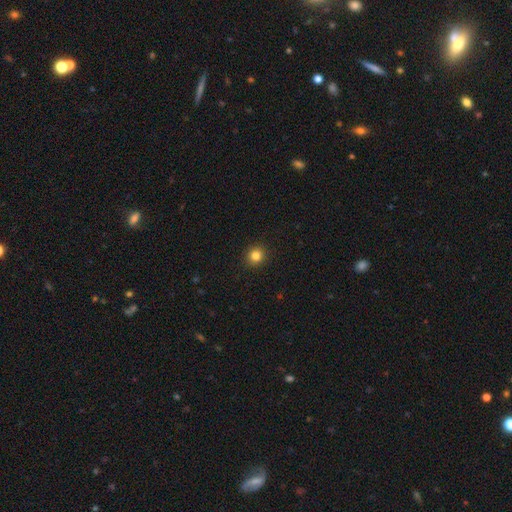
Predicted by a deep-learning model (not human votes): A smooth galaxy with no disk features (83%) that is round (89%).

Vote fractions:
- Smooth or featured? smooth: 83% / star or artifact: 12% / featured or disk: 5%
- How rounded? round: 89% / in between: 10% / cigar-shaped: 1%
- Merging? none: 92% / minor disturbance: 5% / major disturbance: 2% / merger: 1%